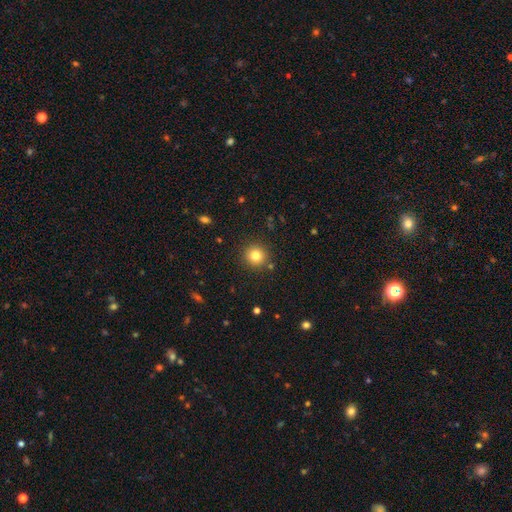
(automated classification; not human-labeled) This is likely a smooth galaxy (80%). How rounded: clearly round (94%). Merging: clearly none (89%).